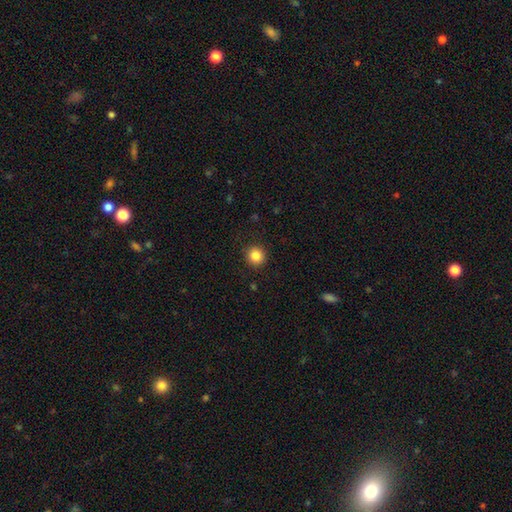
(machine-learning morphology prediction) Smooth or featured? smooth (85%)
How rounded? round (93%)
Merging? none (91%)